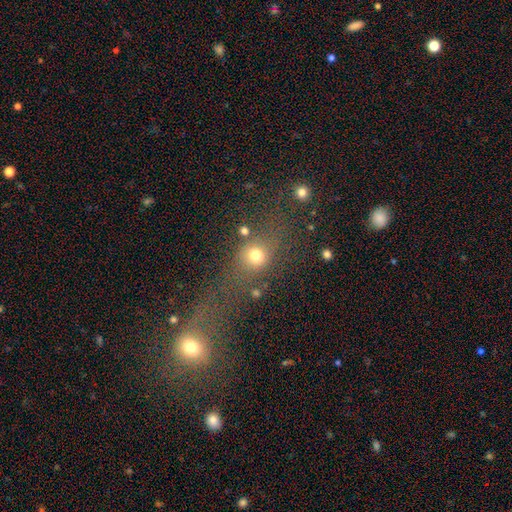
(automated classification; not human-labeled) A smooth galaxy with no disk features (67%) that is round (61%). Merging: none (54%).